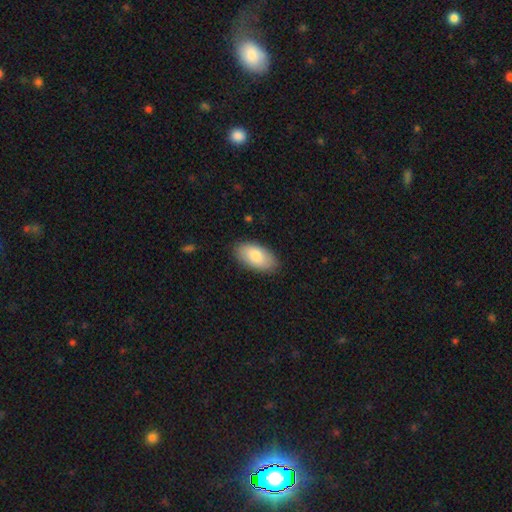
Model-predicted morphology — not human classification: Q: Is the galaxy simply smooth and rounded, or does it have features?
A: smooth — 82%.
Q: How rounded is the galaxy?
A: in between — 95%.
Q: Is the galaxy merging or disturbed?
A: none — 86%.